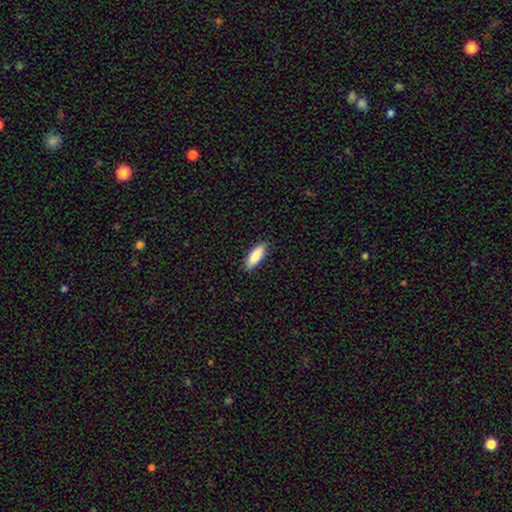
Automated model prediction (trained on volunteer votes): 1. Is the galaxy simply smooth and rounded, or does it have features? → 87% smooth, 8% featured or disk, 6% star or artifact.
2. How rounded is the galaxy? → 67% in between, 31% cigar-shaped, 2% round.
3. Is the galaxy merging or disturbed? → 88% none, 9% minor disturbance, 2% major disturbance, 1% merger.